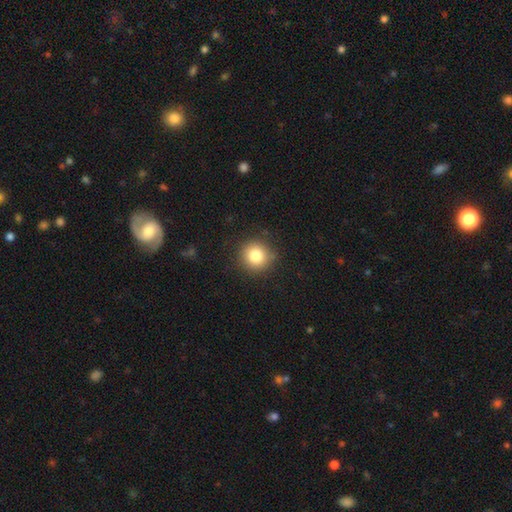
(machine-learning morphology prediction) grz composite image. It shows a smooth galaxy with no disk features (82%) that is round (93%). Merging: none (87%).